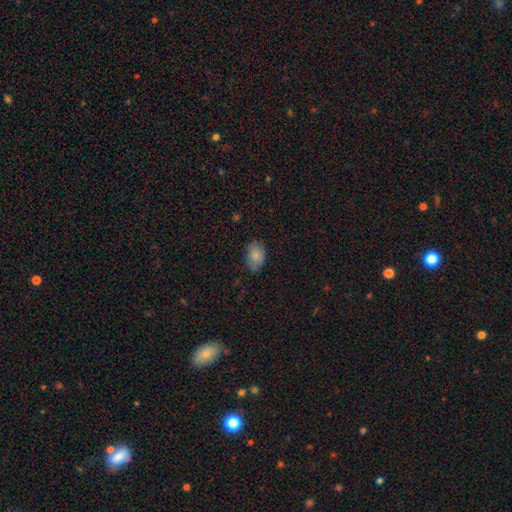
Smooth or featured? 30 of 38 (79%) said smooth. How rounded? 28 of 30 (93%) said in between. Merging? 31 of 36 (86%) said none.